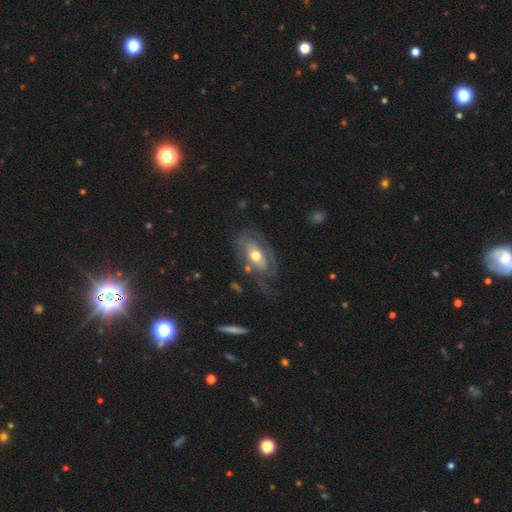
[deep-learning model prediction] Smooth or featured? Predicted: featured or disk (p=0.73). Edge-on disk? Predicted: no (p=0.92). Bar? Predicted: no (p=0.70). Spiral arms? Predicted: yes (p=0.76). Spiral winding? Predicted: tight (p=0.51). Spiral arm count? Predicted: 2 (p=0.40). Bulge size? Predicted: moderate (p=0.73). Merging? Predicted: none (p=0.53).